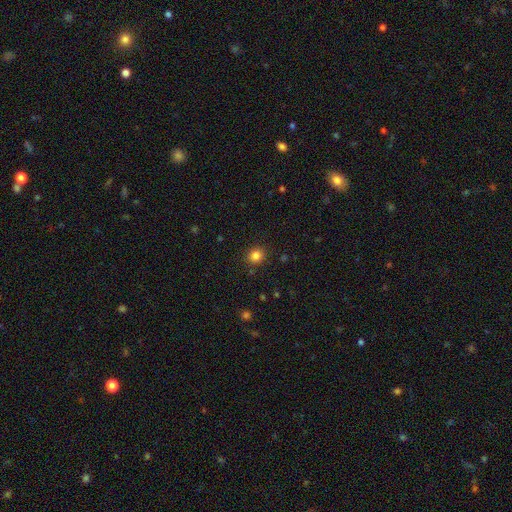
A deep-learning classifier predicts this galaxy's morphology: A smooth galaxy with no disk features (83%) that is round (84%). Merging: none (90%).